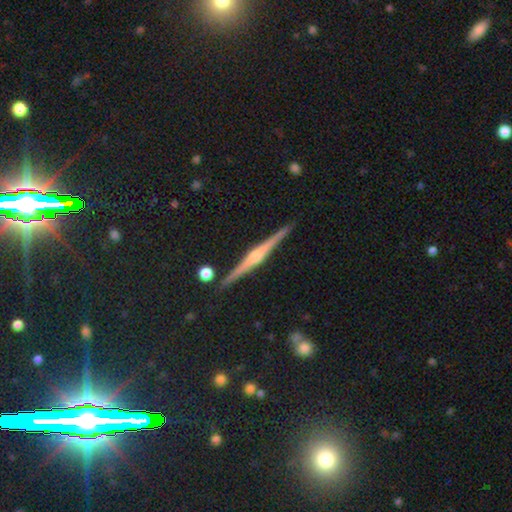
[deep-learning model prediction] Smooth or featured?
  - featured or disk: 82% *
  - smooth: 11%
  - star or artifact: 7%
Edge-on disk?
  - yes: 98% *
  - no: 2%
Edge-on bulge?
  - rounded: 83% *
  - boxy: 10%
  - none: 7%
Merging?
  - none: 91% *
  - minor disturbance: 6%
  - merger: 1%
  - major disturbance: 1%